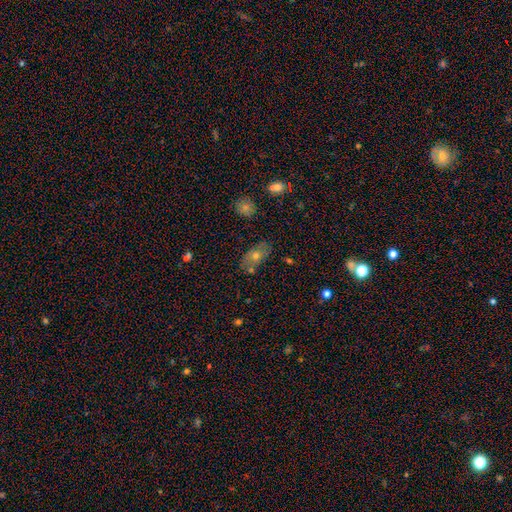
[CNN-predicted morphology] A smooth galaxy with no disk features (56%) that is in between round and cigar-shaped (82%). Merging: none (71%).